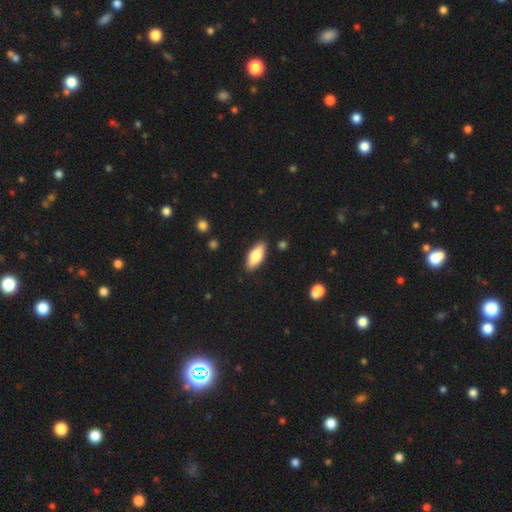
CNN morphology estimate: Q: Smooth or featured?
A: smooth (70%); runner-up: featured or disk (24%)
Q: How rounded?
A: in between (77%); runner-up: cigar-shaped (20%)
Q: Merging?
A: none (87%); runner-up: minor disturbance (9%)